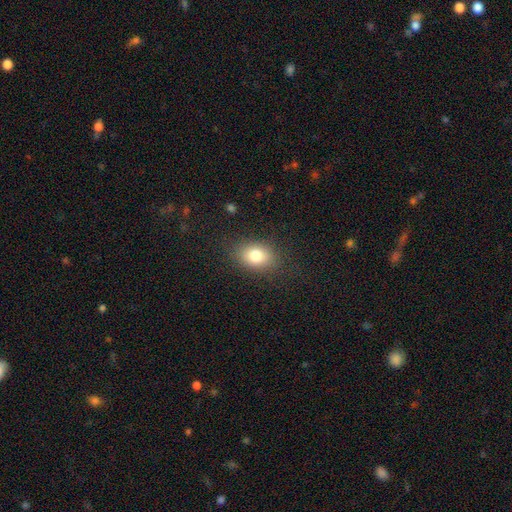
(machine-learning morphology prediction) A smooth galaxy with no disk features (80%) that is in between round and cigar-shaped (70%). Merging: none (83%).